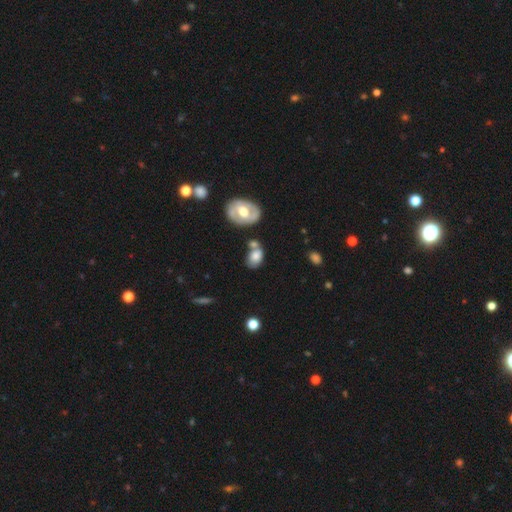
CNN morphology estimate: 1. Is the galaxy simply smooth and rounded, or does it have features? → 70% smooth, 21% featured or disk, 9% star or artifact.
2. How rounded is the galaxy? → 76% in between, 22% round, 2% cigar-shaped.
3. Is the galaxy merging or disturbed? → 50% none, 22% merger, 20% minor disturbance, 8% major disturbance.